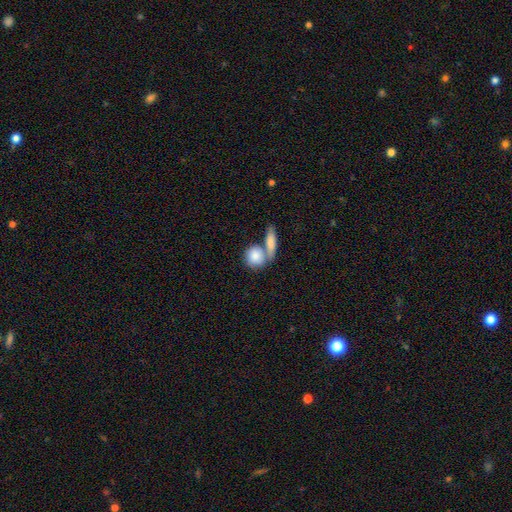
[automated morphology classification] Smooth or featured?
  - smooth: 82% *
  - featured or disk: 13%
  - star or artifact: 6%
How rounded?
  - round: 64% *
  - in between: 30%
  - cigar-shaped: 6%
Merging?
  - none: 44% *
  - merger: 42%
  - minor disturbance: 10%
  - major disturbance: 4%